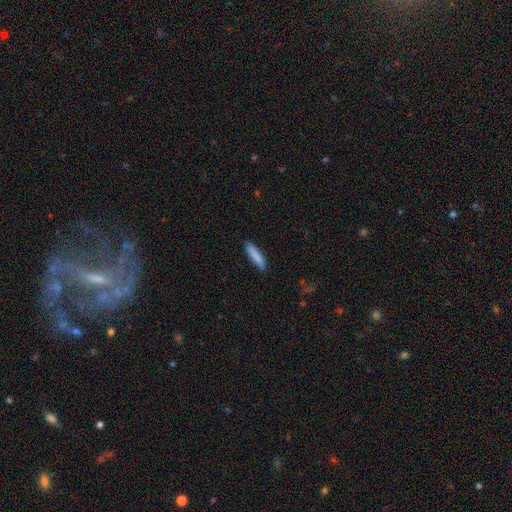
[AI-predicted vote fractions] Smooth or featured?
  - smooth: 86% *
  - featured or disk: 8%
  - star or artifact: 6%
How rounded?
  - cigar-shaped: 84% *
  - in between: 15%
  - round: 1%
Merging?
  - none: 89% *
  - minor disturbance: 8%
  - major disturbance: 2%
  - merger: 1%